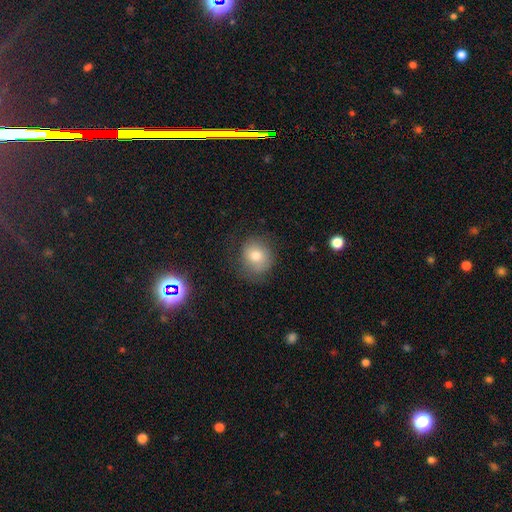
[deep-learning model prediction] Smooth or featured? smooth (72%)
How rounded? round (73%)
Merging? none (69%)